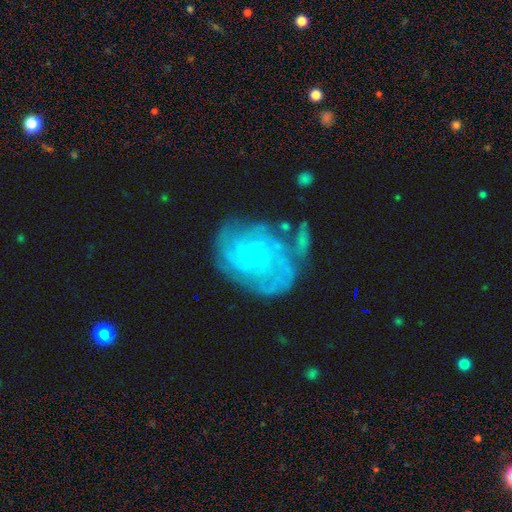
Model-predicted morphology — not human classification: featured or disk 82%, smooth 12%, star or artifact 7%. Down the decision tree: edge-on disk — no (98%); bar — no (77%); spiral arms — yes (93%); spiral arm count — can't tell (33%); spiral winding — tight (66%); bulge size — small (87%); merging — none (56%).